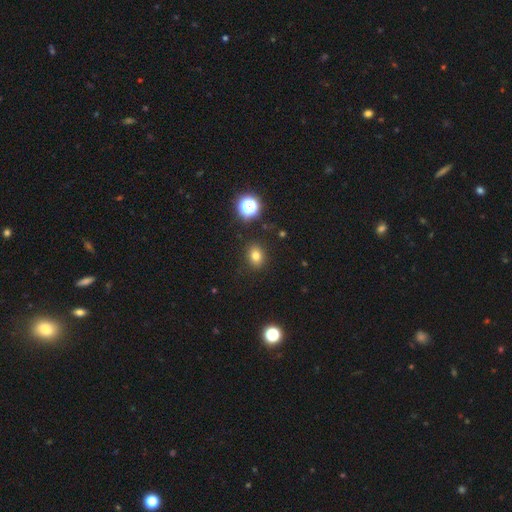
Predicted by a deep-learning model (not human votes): smooth-or-featured: smooth: 77% | star or artifact: 15% | featured or disk: 7%
  how-rounded: in between: 54% | round: 45% | cigar-shaped: 1%
  merging: none: 87% | minor disturbance: 8% | major disturbance: 3% | merger: 2%